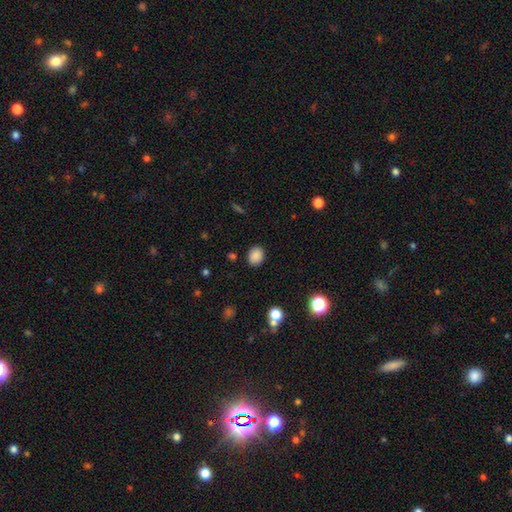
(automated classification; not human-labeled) A smooth galaxy with no disk features (86%) that is round (59%). Merging: none (88%).